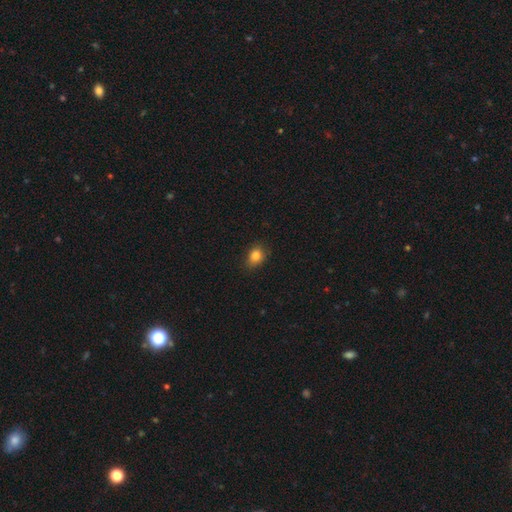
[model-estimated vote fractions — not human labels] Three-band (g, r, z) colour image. It shows a smooth galaxy with no disk features (83%) that is in between round and cigar-shaped (56%). Merging: none (81%).